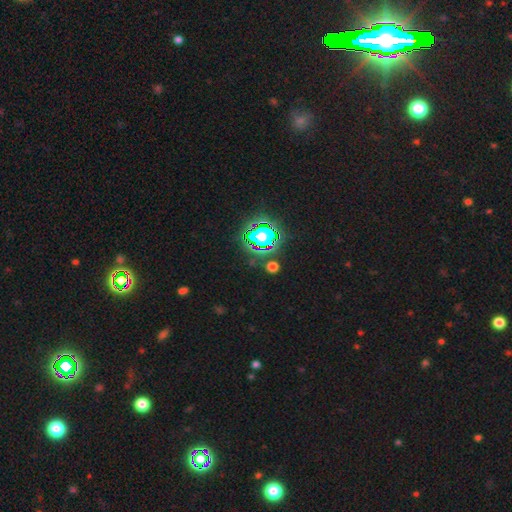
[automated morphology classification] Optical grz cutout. It shows a star or artifact, not a galaxy (80%).